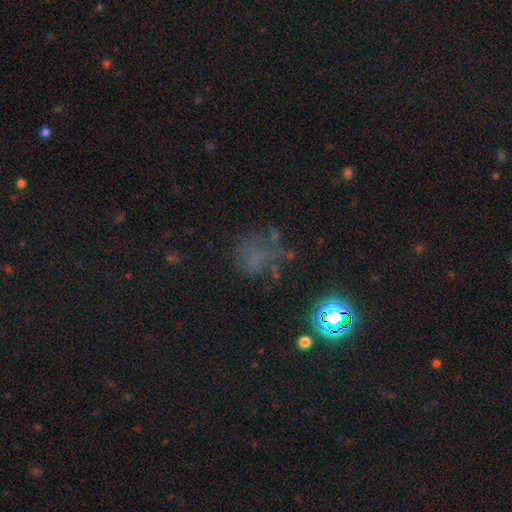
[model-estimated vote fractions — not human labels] Q: Smooth or featured?
A: star or artifact (37%); tied with: smooth (37%)